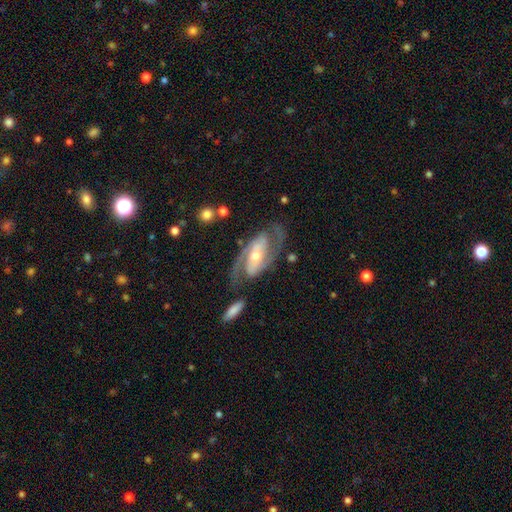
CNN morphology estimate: Smooth or featured?
  - featured or disk: 89% *
  - smooth: 7%
  - star or artifact: 5%
Edge-on disk?
  - no: 95% *
  - yes: 5%
Bar?
  - strong: 35% *
  - weak: 33%
  - no: 32%
Spiral arms?
  - yes: 96% *
  - no: 4%
Spiral winding?
  - medium: 53% *
  - tight: 32%
  - loose: 16%
Spiral arm count?
  - 2: 91% *
  - can't tell: 4%
  - 3: 2%
  - 1: 2%
  - 4: 1%
  - more than 4: 1%
Bulge size?
  - moderate: 56% *
  - small: 38%
  - large: 4%
  - none: 1%
  - dominant: 1%
Merging?
  - none: 74% *
  - minor disturbance: 14%
  - major disturbance: 8%
  - merger: 4%